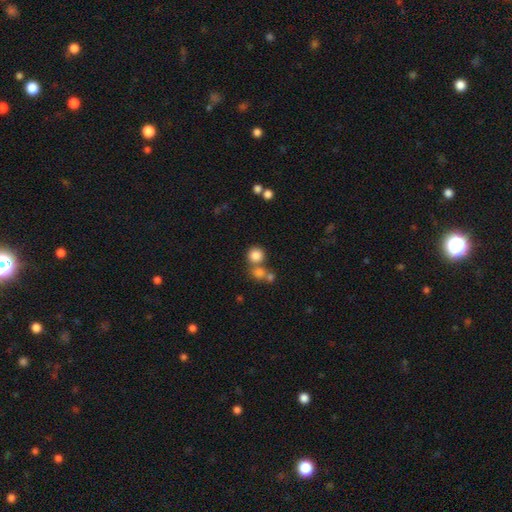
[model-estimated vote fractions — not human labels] smooth 80%, star or artifact 13%, featured or disk 7%. Down the decision tree: how rounded — round (91%); merging — none (61%).